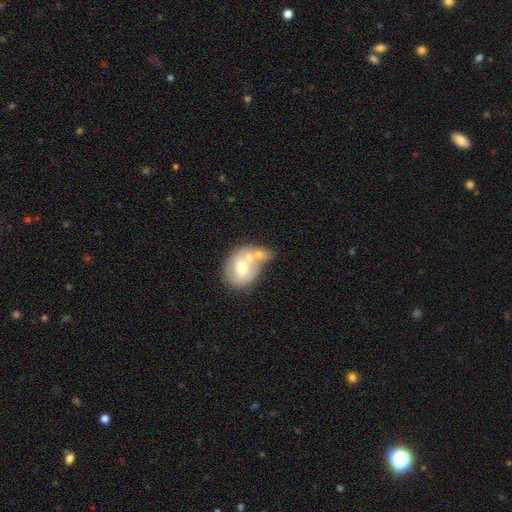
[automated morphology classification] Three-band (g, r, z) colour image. It shows a smooth galaxy with no disk features (53%) that is round (52%). Merging: merger (54%).